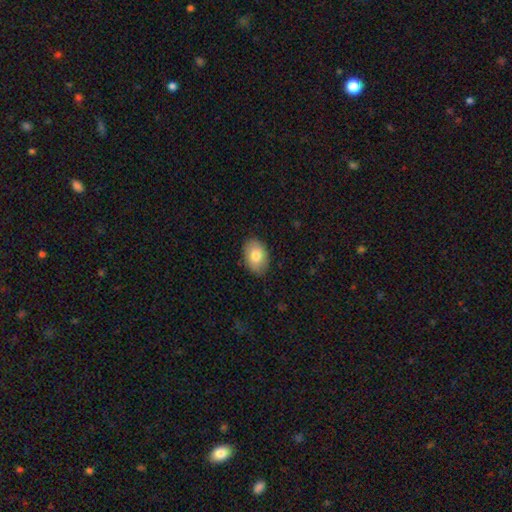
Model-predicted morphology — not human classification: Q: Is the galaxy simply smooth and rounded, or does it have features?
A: smooth — 80%.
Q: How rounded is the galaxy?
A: in between — 83%.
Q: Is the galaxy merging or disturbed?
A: none — 85%.